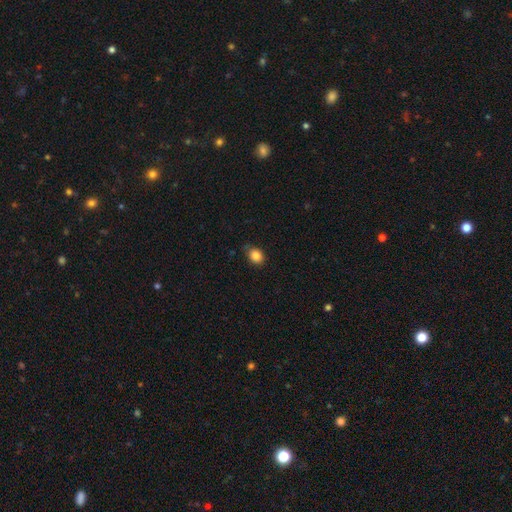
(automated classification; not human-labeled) Smooth or featured?
  - smooth: 85% *
  - star or artifact: 10%
  - featured or disk: 6%
How rounded?
  - in between: 50% *
  - round: 49%
  - cigar-shaped: 1%
Merging?
  - none: 73% *
  - minor disturbance: 22%
  - major disturbance: 4%
  - merger: 1%